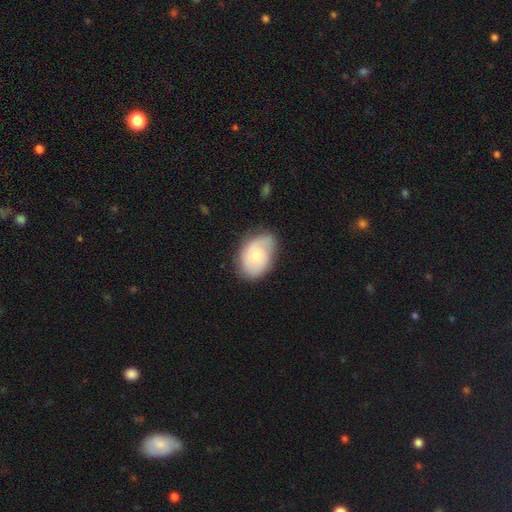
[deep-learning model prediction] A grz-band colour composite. It shows a smooth galaxy with no disk features (57%) that is in between round and cigar-shaped (77%). Merging: none (62%).